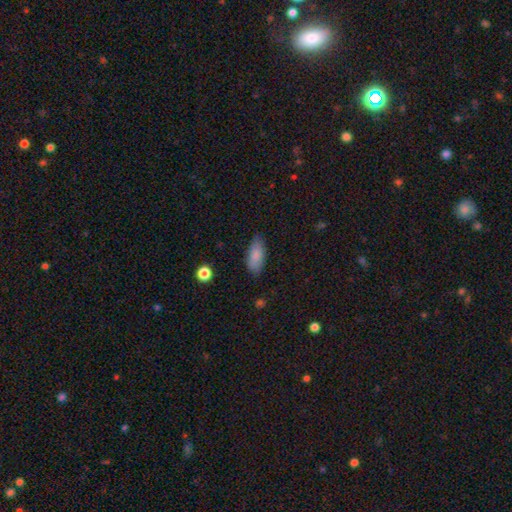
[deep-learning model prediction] smooth 85%, featured or disk 8%, star or artifact 7%. Down the decision tree: how rounded — in between (86%); merging — none (79%).